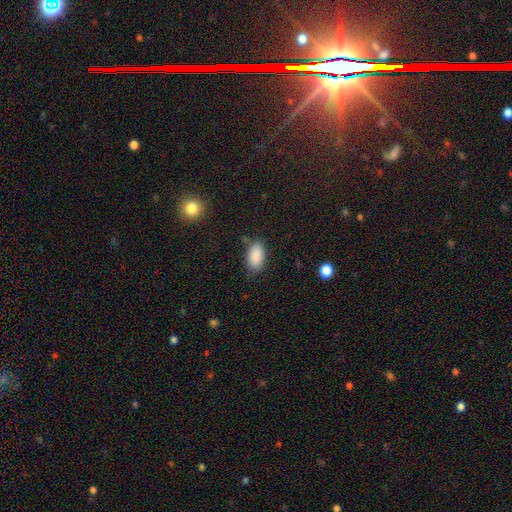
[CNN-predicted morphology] type=smooth (88%); roundness=in between (93%); merging=none (76%).